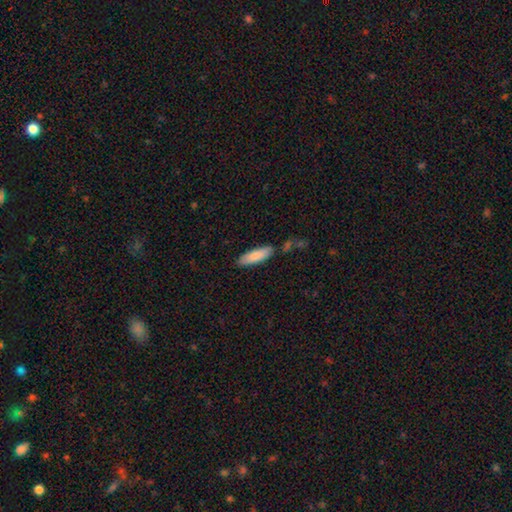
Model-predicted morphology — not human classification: Smooth or featured?
  - smooth: 85% *
  - featured or disk: 10%
  - star or artifact: 6%
How rounded?
  - cigar-shaped: 51% *
  - in between: 48%
  - round: 1%
Merging?
  - none: 82% *
  - minor disturbance: 12%
  - merger: 4%
  - major disturbance: 3%